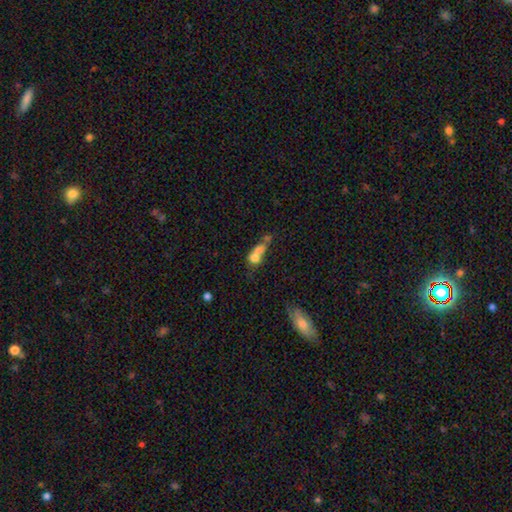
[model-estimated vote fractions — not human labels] Smooth or featured? smooth (64%)
How rounded? round (50%)
Merging? merger (65%)